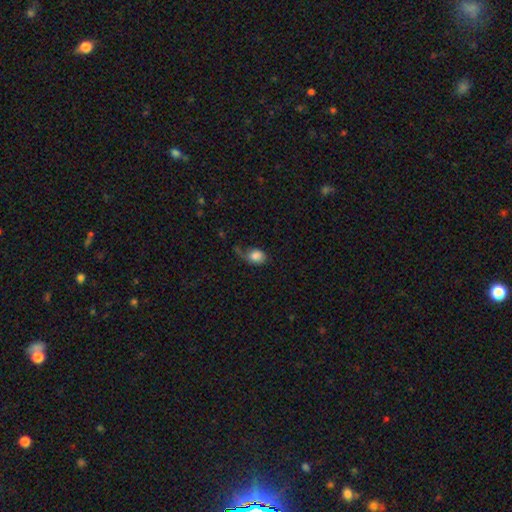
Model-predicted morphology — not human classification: smooth-or-featured: smooth: 77% | featured or disk: 15% | star or artifact: 8%
  how-rounded: in between: 66% | round: 32% | cigar-shaped: 1%
  merging: major disturbance: 35% | none: 32% | minor disturbance: 29% | merger: 4%